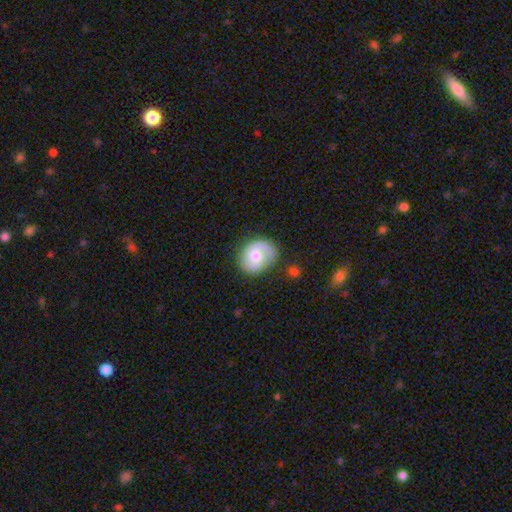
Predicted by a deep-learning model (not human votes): featured or disk 50%, smooth 44%, star or artifact 7%. Down the decision tree: merging — none (68%).